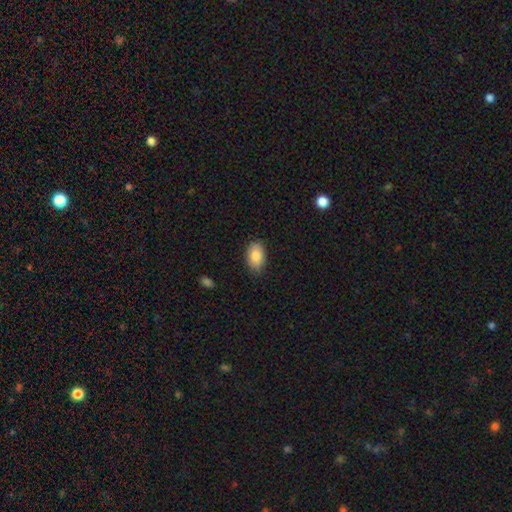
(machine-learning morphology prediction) Smooth or featured? smooth (86%)
How rounded? in between (92%)
Merging? none (83%)